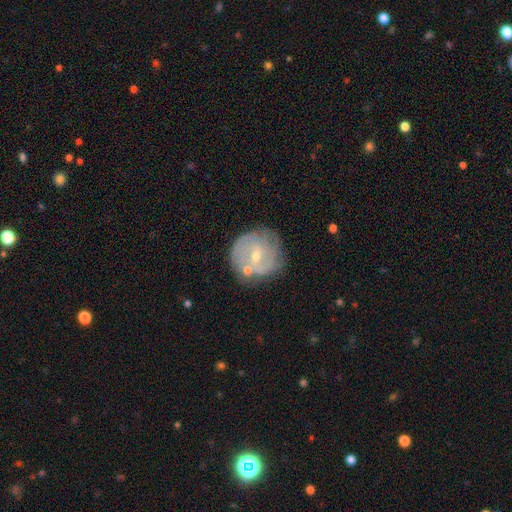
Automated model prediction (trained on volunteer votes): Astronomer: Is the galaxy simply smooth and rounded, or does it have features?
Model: featured or disk — 68%.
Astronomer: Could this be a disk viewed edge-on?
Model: no — 97%.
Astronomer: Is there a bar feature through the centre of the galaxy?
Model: weak — 49% (runner-up: no, 40%).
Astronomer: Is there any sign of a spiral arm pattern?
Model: yes — 79%.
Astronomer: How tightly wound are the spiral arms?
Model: tight — 54% (runner-up: medium, 32%).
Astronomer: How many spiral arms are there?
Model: can't tell — 41% (runner-up: 2, 31%).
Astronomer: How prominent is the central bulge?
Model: small — 66%.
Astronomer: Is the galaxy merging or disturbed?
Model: none — 65%.